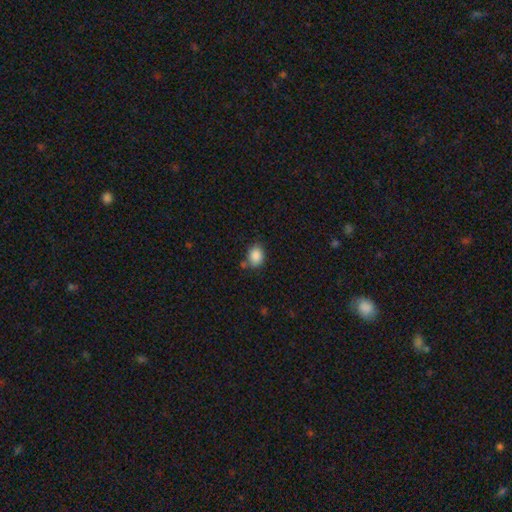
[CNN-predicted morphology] Smooth or featured: smooth — 87% (star or artifact — 9%)
How rounded: in between — 61% (round — 38%)
Merging: none — 74% (minor disturbance — 16%)